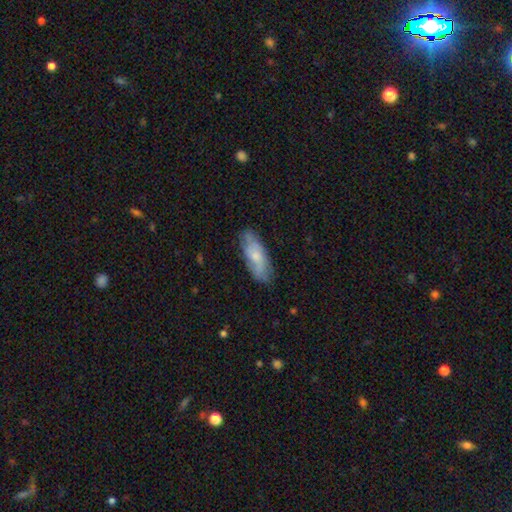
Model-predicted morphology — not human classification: The model was most divided on "smooth or featured": smooth: 55%, featured or disk: 39%, star or artifact: 6%. More confident: how rounded — in between (72%); merging — none (71%).